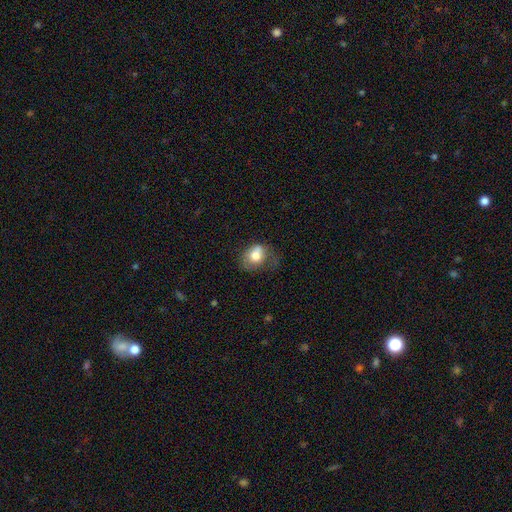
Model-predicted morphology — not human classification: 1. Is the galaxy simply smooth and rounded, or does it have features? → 73% smooth, 18% featured or disk, 9% star or artifact.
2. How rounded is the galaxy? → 57% in between, 42% round, 1% cigar-shaped.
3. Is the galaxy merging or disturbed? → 33% none (tied), 33% minor disturbance (tied), 28% major disturbance, 7% merger.